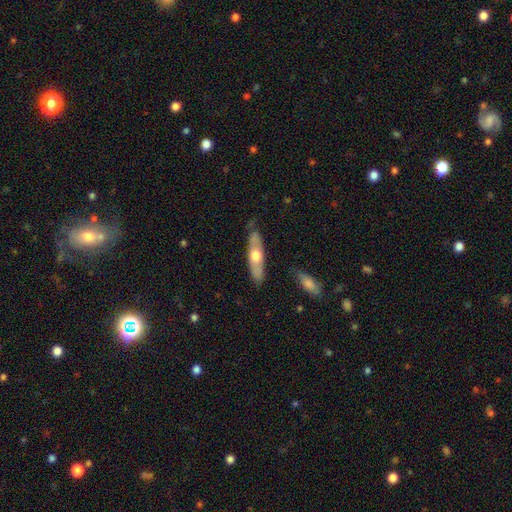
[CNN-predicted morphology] Smooth or featured? featured or disk (49%)
Merging? none (80%)